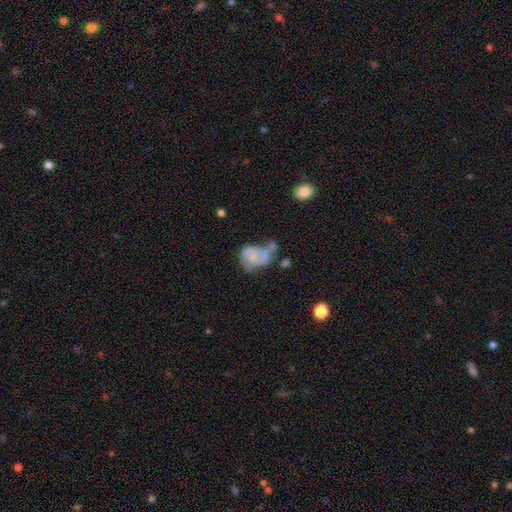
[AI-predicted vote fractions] featured or disk 56%, smooth 35%, star or artifact 9%. Down the decision tree: edge-on disk — no (98%); bar — no (75%); spiral arms — yes (63%); bulge size — small (50%); merging — merger (28%).